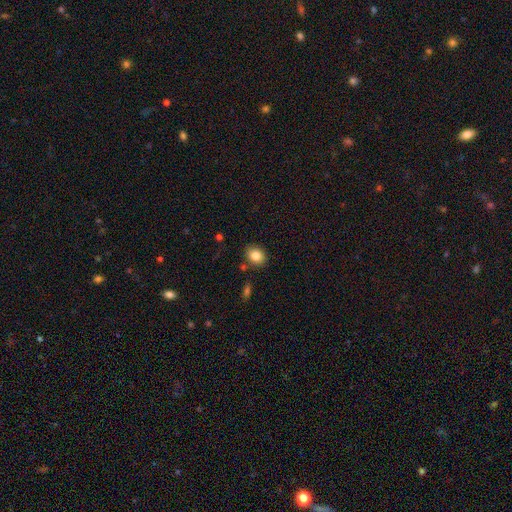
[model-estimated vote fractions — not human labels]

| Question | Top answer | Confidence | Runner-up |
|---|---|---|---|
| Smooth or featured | smooth | 83% | star or artifact (9%) |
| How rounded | round | 55% | in between (44%) |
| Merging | none | 83% | minor disturbance (10%) |